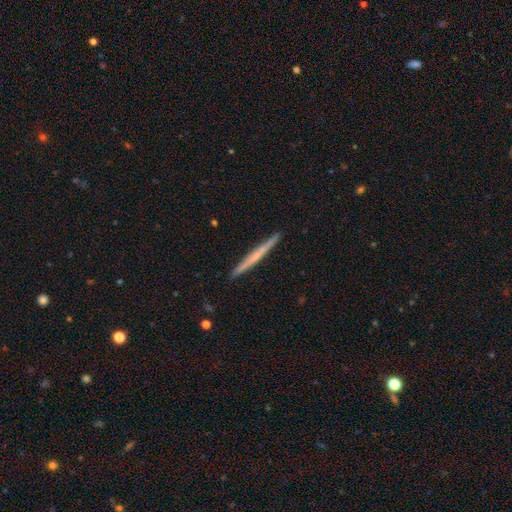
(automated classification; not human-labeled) A featured or disk galaxy (50%) viewed edge-on (98%).

Vote fractions:
- Smooth or featured? featured or disk: 50% / smooth: 44% / star or artifact: 5%
- Edge-on disk? yes: 98% / no: 2%
- Merging? none: 93% / minor disturbance: 5% / major disturbance: 1% / merger: 1%